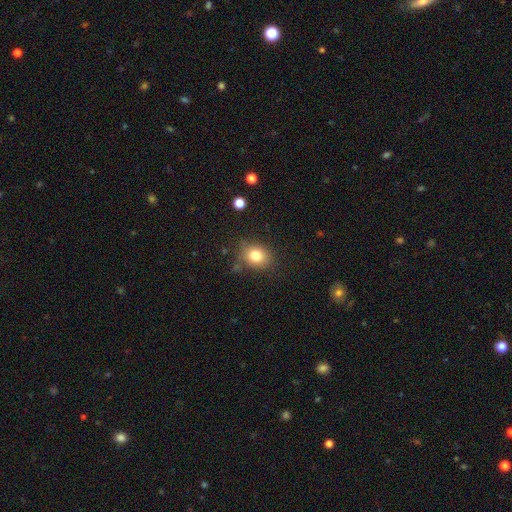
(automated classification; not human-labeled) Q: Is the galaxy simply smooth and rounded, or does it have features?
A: smooth — 80%.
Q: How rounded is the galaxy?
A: round — 61%.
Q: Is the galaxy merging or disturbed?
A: none — 75%.